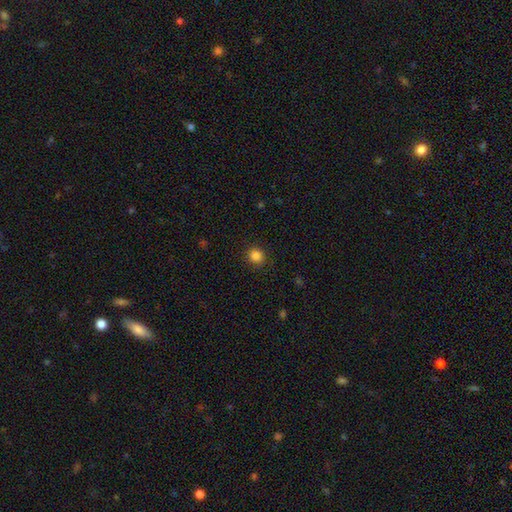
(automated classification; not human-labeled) Smooth or featured? Predicted: smooth (p=0.85). How rounded? Predicted: round (p=0.90). Merging? Predicted: none (p=0.90).